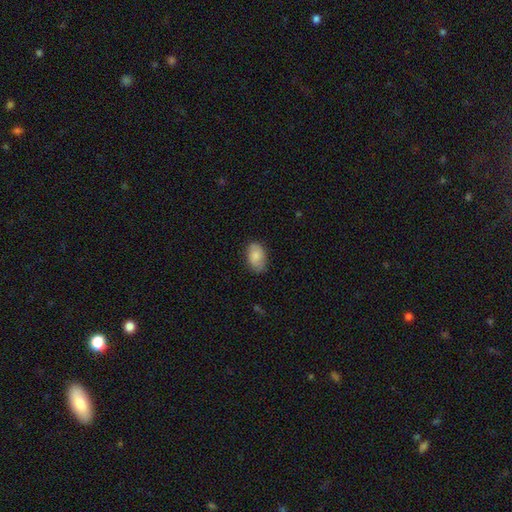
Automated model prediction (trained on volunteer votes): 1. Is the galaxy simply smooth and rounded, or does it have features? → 82% smooth, 12% featured or disk, 7% star or artifact.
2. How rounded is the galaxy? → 90% in between, 9% round, 1% cigar-shaped.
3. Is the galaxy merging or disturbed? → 77% none, 18% minor disturbance, 4% major disturbance, 1% merger.